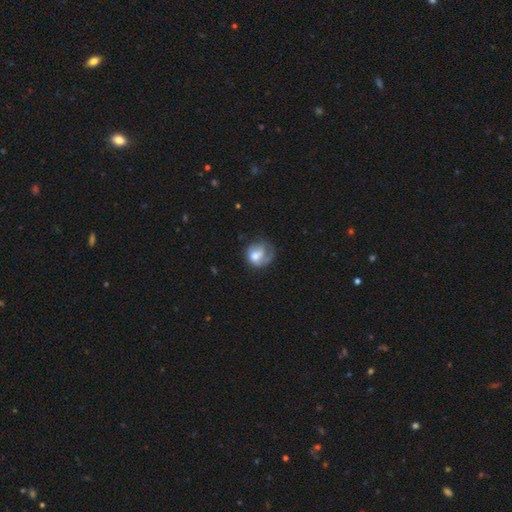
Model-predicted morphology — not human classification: smooth-or-featured: smooth: 53% | featured or disk: 39% | star or artifact: 8%
  how-rounded: round: 67% | in between: 32% | cigar-shaped: 1%
  merging: none: 40% | major disturbance: 29% | minor disturbance: 27% | merger: 3%